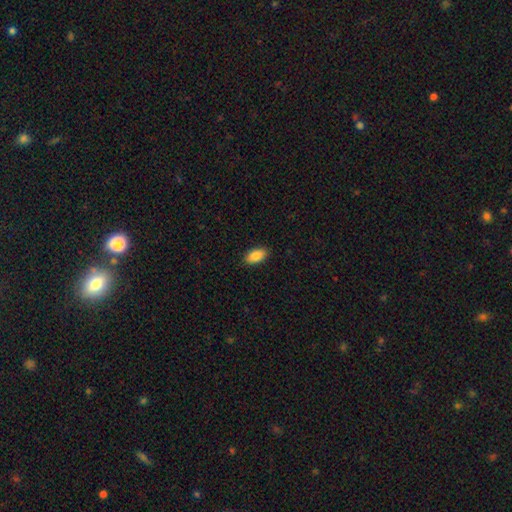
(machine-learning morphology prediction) Smooth or featured? smooth (86%)
How rounded? in between (94%)
Merging? none (89%)